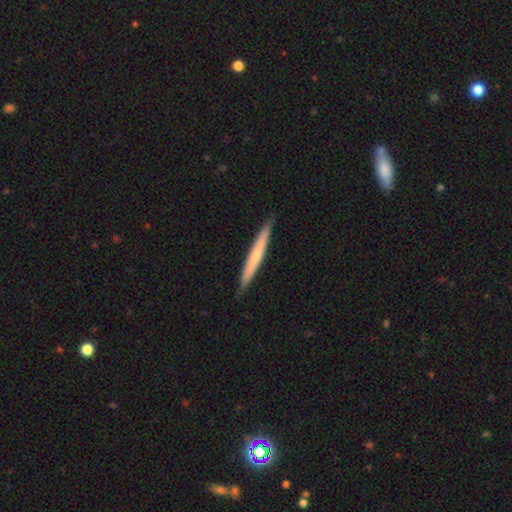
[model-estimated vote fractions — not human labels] Morphology: type=smooth (60%); roundness=cigar-shaped (97%); merging=none (90%).